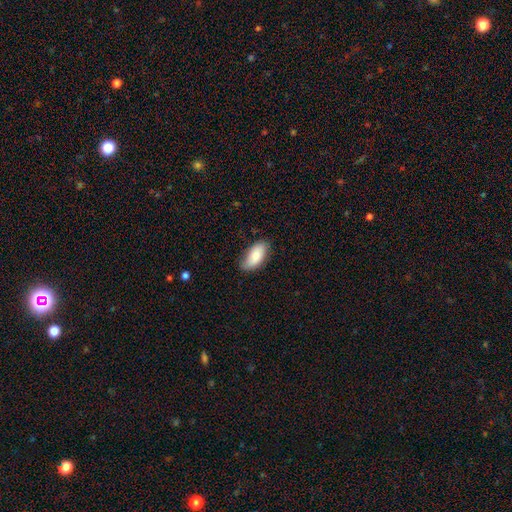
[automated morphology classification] type=smooth (79%); roundness=in between (93%); merging=none (76%).